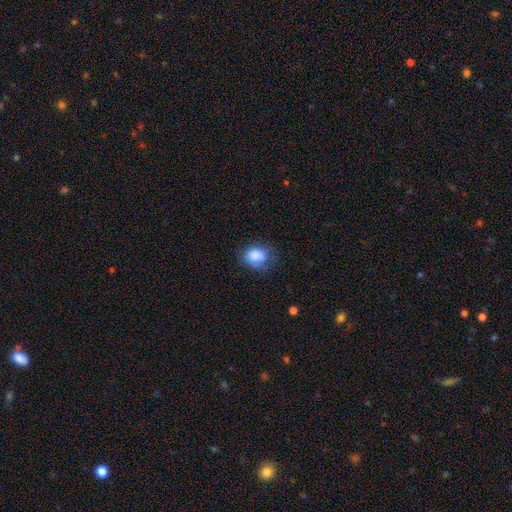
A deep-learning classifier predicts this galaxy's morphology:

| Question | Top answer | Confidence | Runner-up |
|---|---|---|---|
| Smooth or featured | smooth | 83% | featured or disk (9%) |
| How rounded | in between | 63% | round (36%) |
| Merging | none | 54% | minor disturbance (30%) |